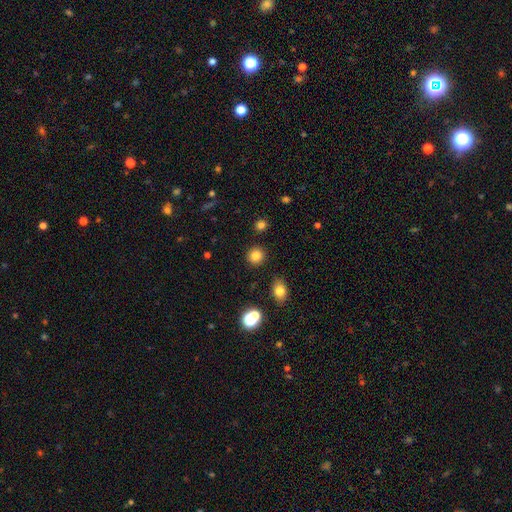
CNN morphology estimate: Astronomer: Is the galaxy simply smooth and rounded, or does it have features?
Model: smooth — 83%.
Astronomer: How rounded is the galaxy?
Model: round — 91%.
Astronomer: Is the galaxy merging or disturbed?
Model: none — 90%.